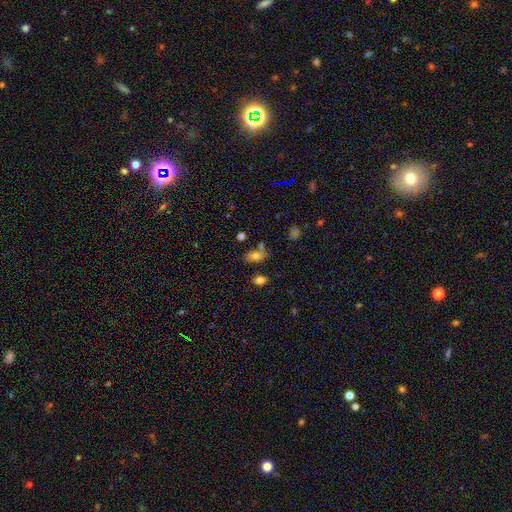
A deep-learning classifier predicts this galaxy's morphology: A smooth galaxy with no disk features (73%) that is in between round and cigar-shaped (85%). Merging: none (63%).